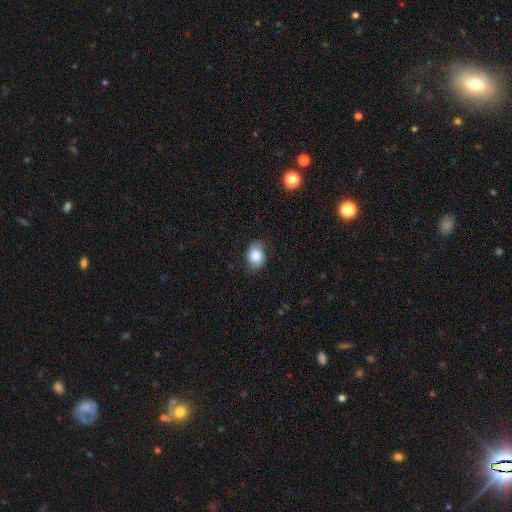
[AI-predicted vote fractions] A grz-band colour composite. It shows a smooth galaxy with no disk features (84%) that is in between round and cigar-shaped (72%). Merging: none (79%).